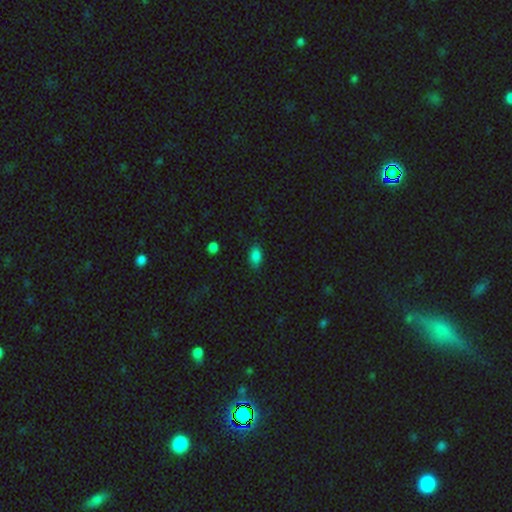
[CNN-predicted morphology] The model was most divided on "merging": none: 82%, minor disturbance: 13%, major disturbance: 3%, merger: 1%. More confident: how rounded — in between (89%); smooth or featured — smooth (84%).